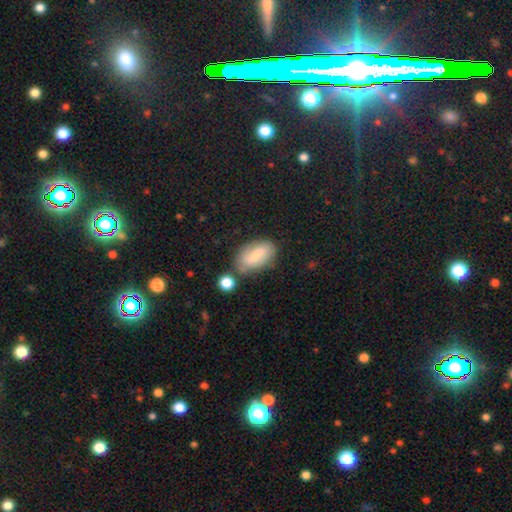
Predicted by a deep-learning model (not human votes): Smooth or featured?
  - smooth: 71% *
  - featured or disk: 21%
  - star or artifact: 7%
How rounded?
  - in between: 91% *
  - round: 5%
  - cigar-shaped: 4%
Merging?
  - none: 64% *
  - minor disturbance: 20%
  - merger: 11%
  - major disturbance: 6%